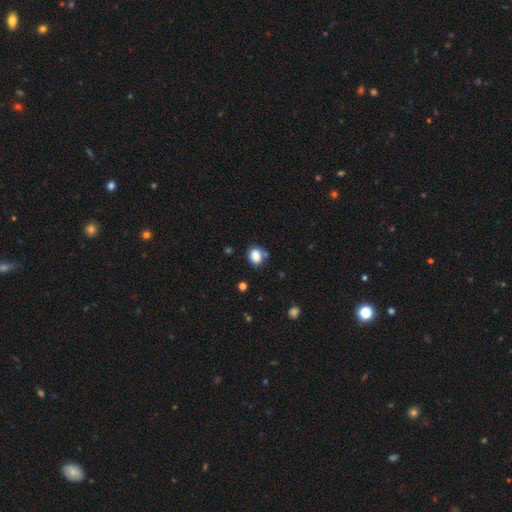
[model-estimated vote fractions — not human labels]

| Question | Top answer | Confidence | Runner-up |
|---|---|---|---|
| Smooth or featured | smooth | 85% | star or artifact (10%) |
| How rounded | in between | 51% | round (48%) |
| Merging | none | 68% | minor disturbance (19%) |